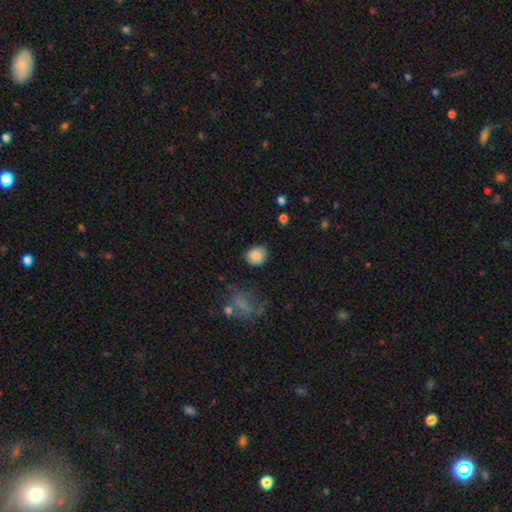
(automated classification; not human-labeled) Smooth or featured? Predicted: smooth (p=0.87). How rounded? Predicted: round (p=0.78). Merging? Predicted: none (p=0.86).